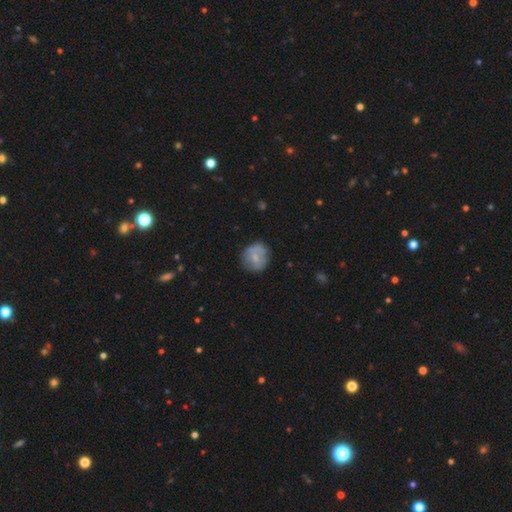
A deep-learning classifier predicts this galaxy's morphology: Q: Smooth or featured?
A: smooth (60%); runner-up: featured or disk (32%)
Q: How rounded?
A: round (83%); runner-up: in between (16%)
Q: Merging?
A: none (68%); runner-up: minor disturbance (22%)